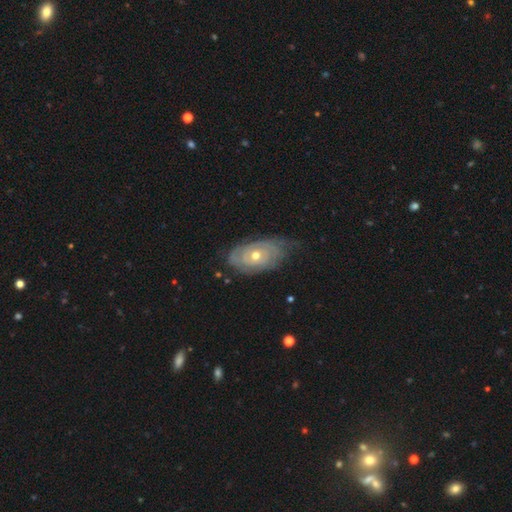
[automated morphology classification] The model was most divided on "bulge size": moderate: 60%, small: 37%, large: 2%, none: 1%, dominant: 1%. More confident: edge-on disk — no (93%); spiral arms — yes (83%); bar — no (83%); smooth or featured — featured or disk (78%); spiral winding — tight (78%); merging — none (61%); spiral arm count — can't tell (53%).